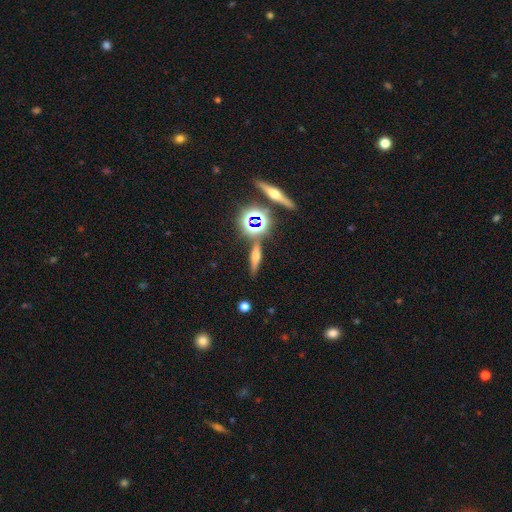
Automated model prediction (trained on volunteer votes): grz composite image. It shows a featured or disk galaxy (40%). Merging: none (79%).